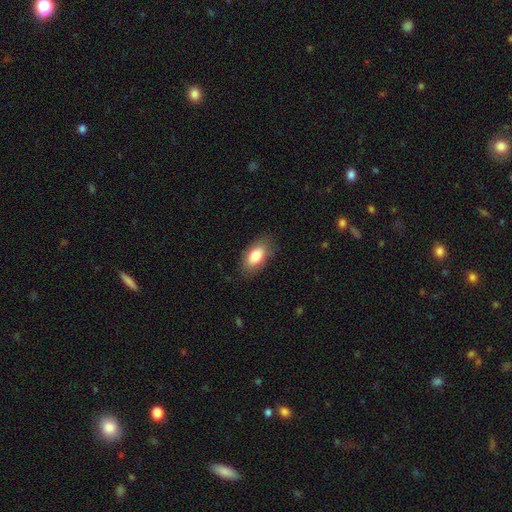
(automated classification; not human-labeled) smooth 78%, featured or disk 15%, star or artifact 7%. Down the decision tree: how rounded — in between (91%); merging — none (81%).